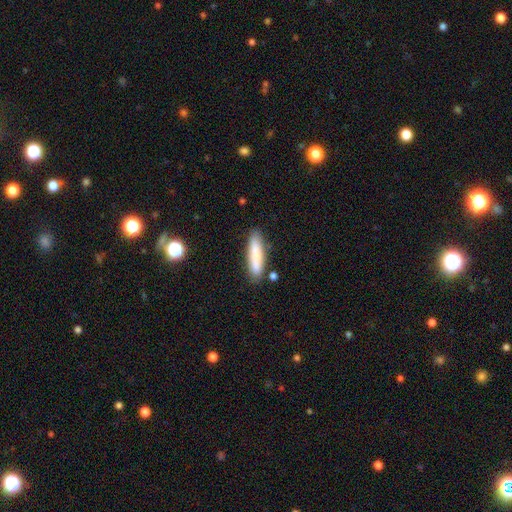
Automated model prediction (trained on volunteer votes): Morphology: type=smooth (81%); roundness=cigar-shaped (77%); merging=none (82%).